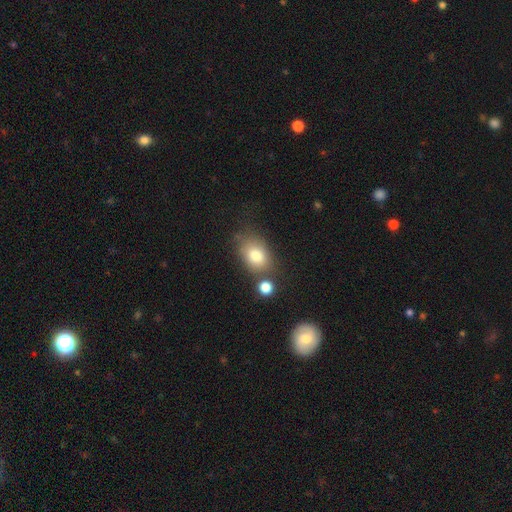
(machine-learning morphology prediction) Q: Smooth or featured?
A: smooth (80%); runner-up: featured or disk (11%)
Q: How rounded?
A: in between (78%); runner-up: round (21%)
Q: Merging?
A: none (57%); runner-up: minor disturbance (20%)